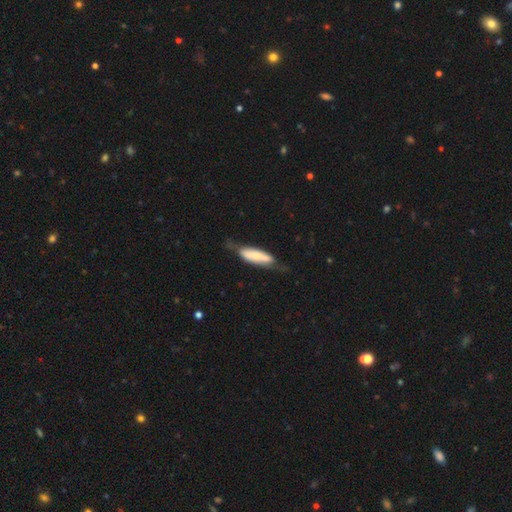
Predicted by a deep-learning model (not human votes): Morphology: type=smooth (53%); roundness=cigar-shaped (51%); merging=none (51%).